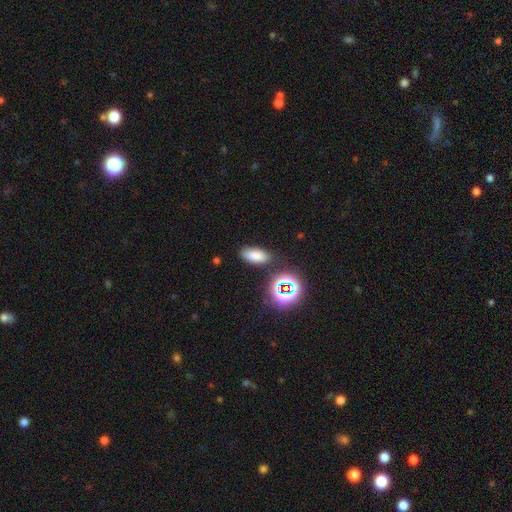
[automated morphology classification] smooth_or_featured: smooth (p=0.73) [alt: star or artifact p=0.19]
how_rounded: in between (p=0.85) [alt: round p=0.08]
merging: none (p=0.77) [alt: minor disturbance p=0.13]